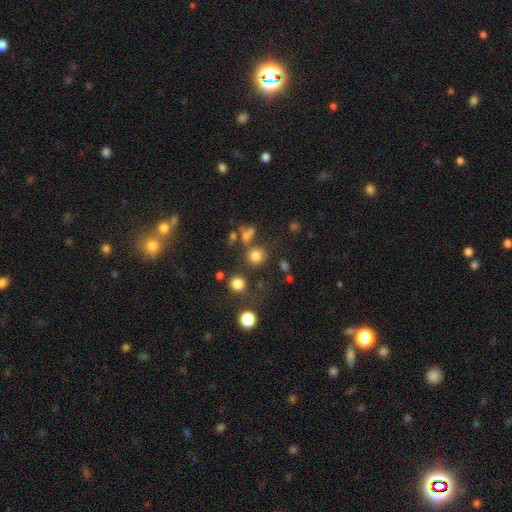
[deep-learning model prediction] Morphology: type=smooth (77%); roundness=round (86%); merging=none (74%).